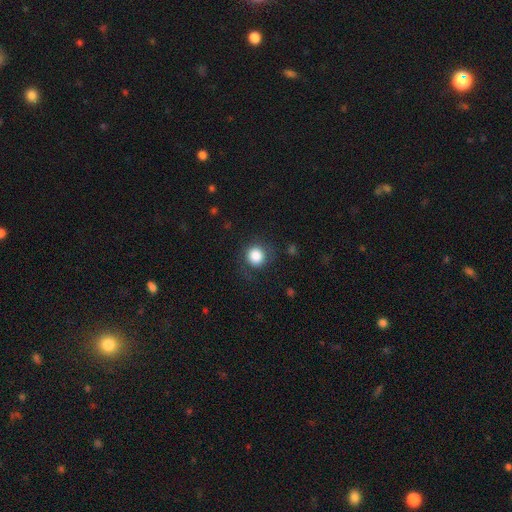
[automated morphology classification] type=smooth (85%); roundness=round (91%); merging=none (78%).